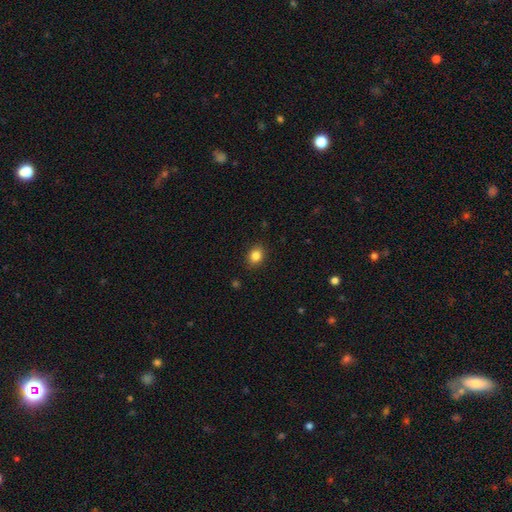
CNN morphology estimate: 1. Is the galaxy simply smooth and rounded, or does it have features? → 85% smooth, 10% star or artifact, 5% featured or disk.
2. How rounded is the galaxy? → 52% round, 47% in between, 1% cigar-shaped.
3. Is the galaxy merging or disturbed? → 89% none, 8% minor disturbance, 2% major disturbance, 1% merger.